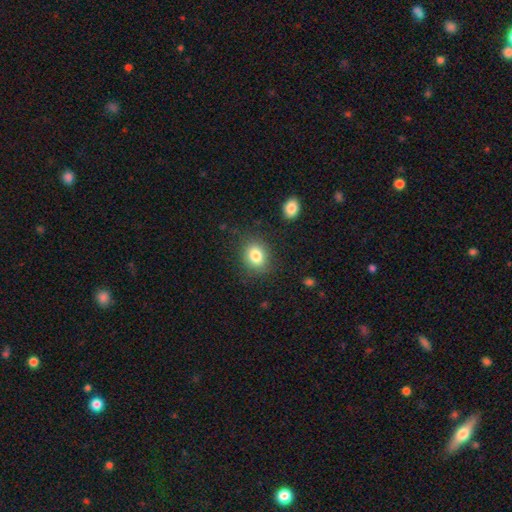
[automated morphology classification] Smooth or featured?
  - smooth: 82% *
  - star or artifact: 10%
  - featured or disk: 8%
How rounded?
  - round: 54% *
  - in between: 45%
  - cigar-shaped: 1%
Merging?
  - none: 83% *
  - minor disturbance: 11%
  - major disturbance: 4%
  - merger: 2%